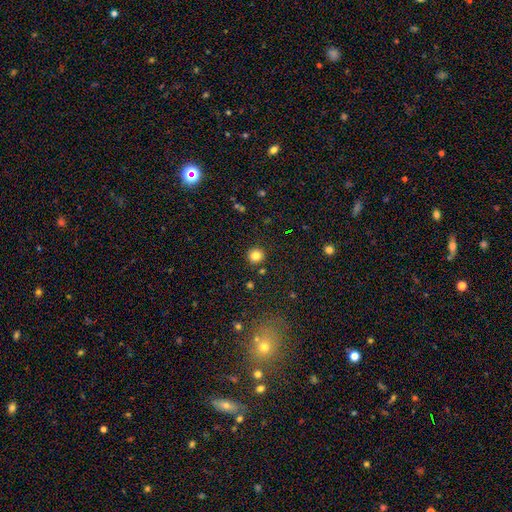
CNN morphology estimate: This is clearly a smooth galaxy (82%). How rounded: clearly round (93%). Merging: clearly none (91%).